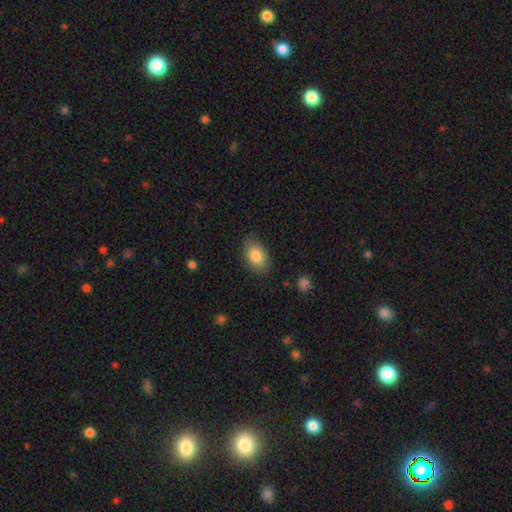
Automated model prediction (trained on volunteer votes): Overall: smooth (85%). How rounded: in between (87%). Merging: none (82%).